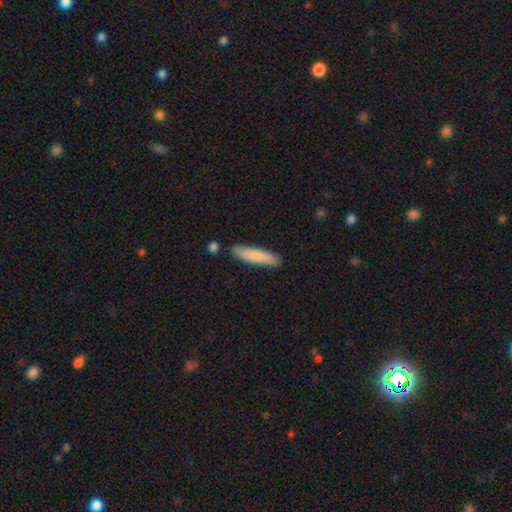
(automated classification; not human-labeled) This is likely a smooth galaxy (78%). How rounded: clearly cigar-shaped (85%). Merging: clearly none (84%).